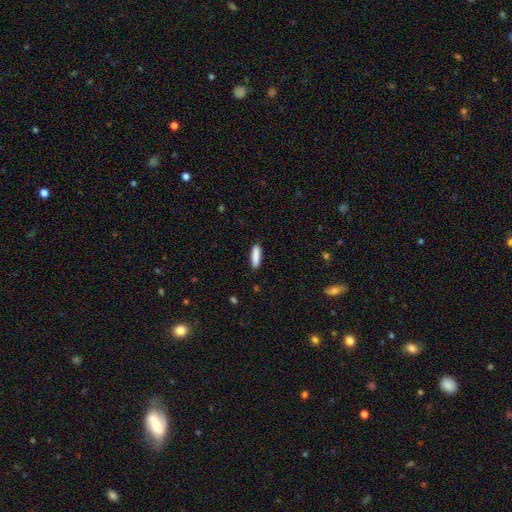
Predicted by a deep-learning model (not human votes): This is clearly a smooth galaxy (89%). How rounded: likely cigar-shaped (61%). Merging: clearly none (88%).